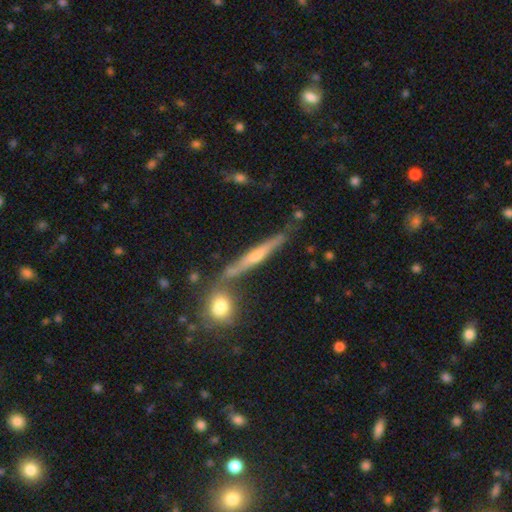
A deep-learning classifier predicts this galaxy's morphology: smooth-or-featured: featured or disk: 76% | smooth: 16% | star or artifact: 8%
  disk-edge-on: yes: 96% | no: 4%
    edge-on-bulge: rounded: 79% | none: 14% | boxy: 7%
  merging: none: 78% | minor disturbance: 10% | merger: 9% | major disturbance: 3%